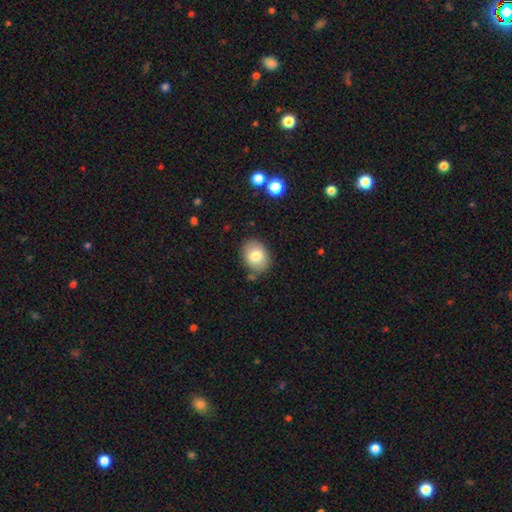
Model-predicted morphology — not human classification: smooth 80%, featured or disk 12%, star or artifact 8%. Down the decision tree: how rounded — in between (60%); merging — none (80%).